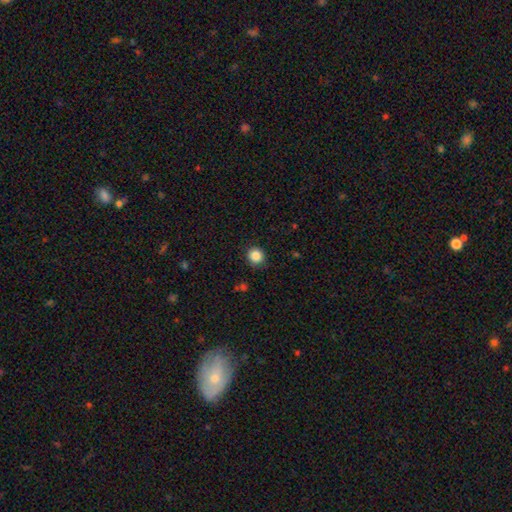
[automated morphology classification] Smooth or featured?
  - smooth: 86% *
  - star or artifact: 10%
  - featured or disk: 4%
How rounded?
  - round: 90% *
  - in between: 9%
  - cigar-shaped: 1%
Merging?
  - none: 89% *
  - minor disturbance: 8%
  - major disturbance: 2%
  - merger: 1%